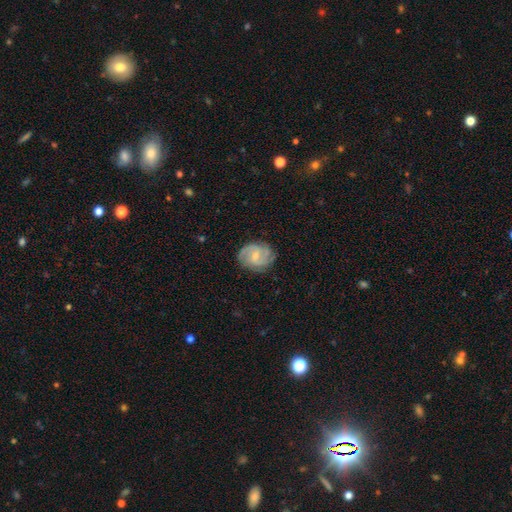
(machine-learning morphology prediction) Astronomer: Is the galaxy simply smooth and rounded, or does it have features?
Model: featured or disk — 69%.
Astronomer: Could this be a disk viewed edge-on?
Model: no — 97%.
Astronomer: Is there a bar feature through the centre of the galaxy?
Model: no — 47% (runner-up: weak, 45%).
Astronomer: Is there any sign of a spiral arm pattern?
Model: yes — 92%.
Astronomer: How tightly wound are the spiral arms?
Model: medium — 44% (runner-up: tight, 39%).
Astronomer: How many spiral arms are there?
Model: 2 — 46% (runner-up: can't tell, 23%).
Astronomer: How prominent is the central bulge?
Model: small — 57% (runner-up: moderate, 37%).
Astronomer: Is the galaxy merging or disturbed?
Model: none — 75%.